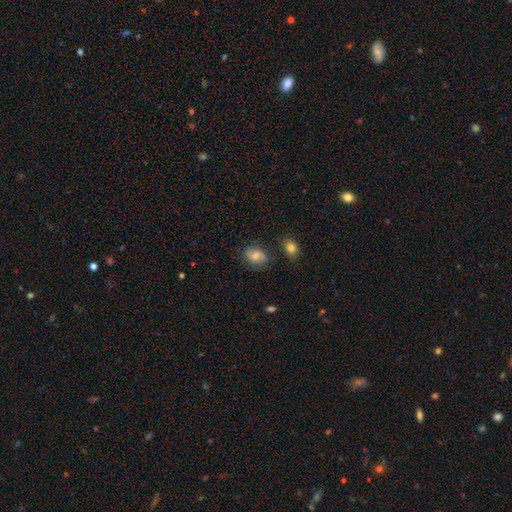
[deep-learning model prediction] Smooth or featured? Predicted: smooth (p=0.69). How rounded? Predicted: in between (p=0.66). Merging? Predicted: none (p=0.74).